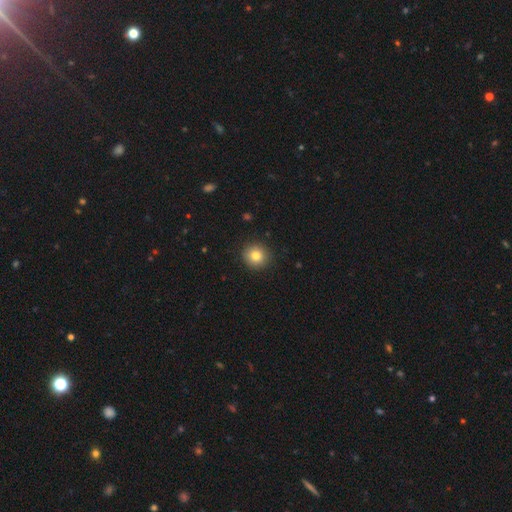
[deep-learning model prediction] The model was most divided on "smooth or featured": smooth: 81%, star or artifact: 10%, featured or disk: 8%. More confident: how rounded — round (92%); merging — none (91%).